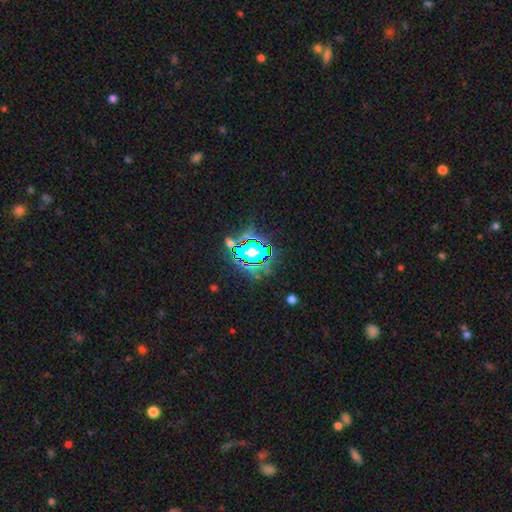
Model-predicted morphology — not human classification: type=star or artifact (74%).